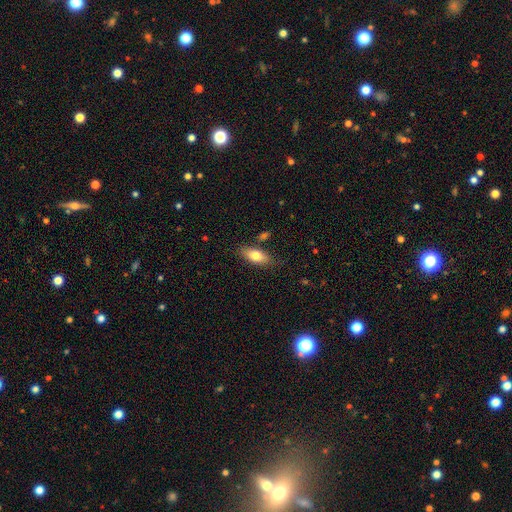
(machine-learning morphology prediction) This is likely a smooth galaxy (76%). How rounded: clearly in between (82%). Merging: likely none (78%).